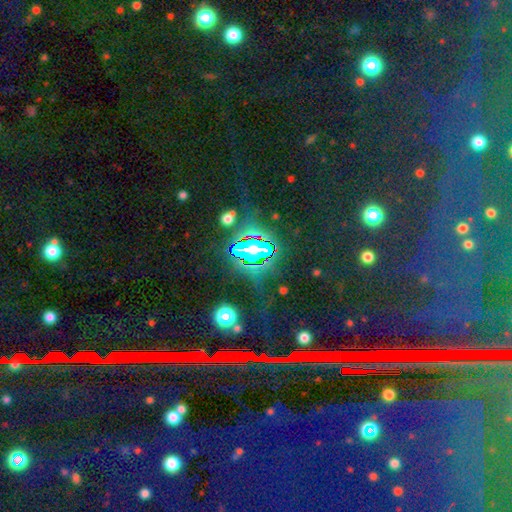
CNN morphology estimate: This is clearly a star or artifact rather than a galaxy (82%).